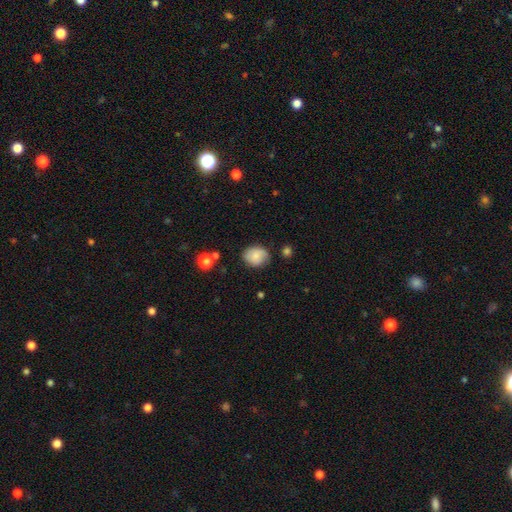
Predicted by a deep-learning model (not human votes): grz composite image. It shows a smooth galaxy with no disk features (68%) that is round (57%). Merging: none (74%).